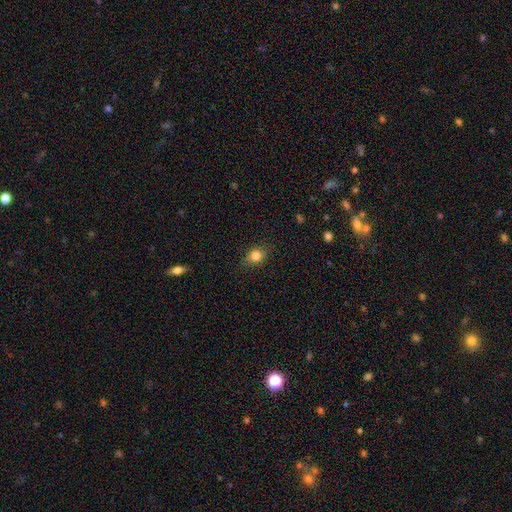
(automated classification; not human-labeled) Overall: smooth (82%). How rounded: round (59%; in between 40%). Merging: none (83%).